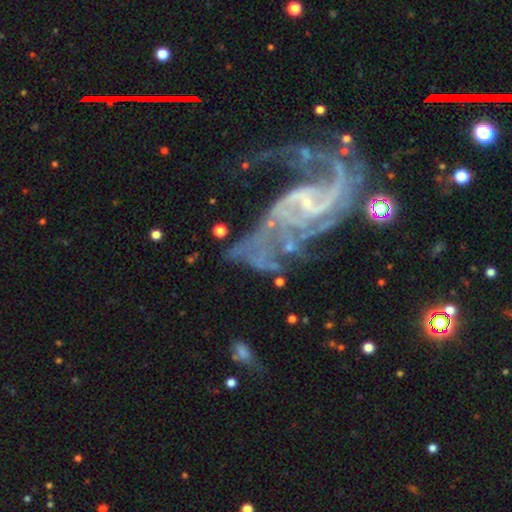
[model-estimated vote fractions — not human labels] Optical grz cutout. It shows a featured or disk galaxy (85%) with no bar (41%), 2 (49%) loose (46%) spiral arms (89%) and a small central bulge (72%). Merging: major disturbance (41%).